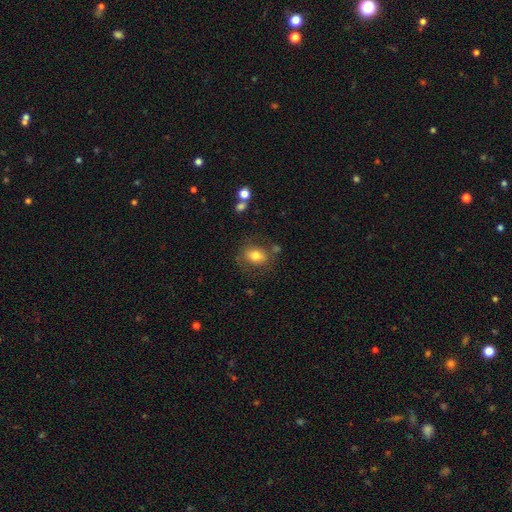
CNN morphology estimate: Smooth or featured? Predicted: smooth (p=0.77). How rounded? Predicted: in between (p=0.59). Merging? Predicted: none (p=0.71).